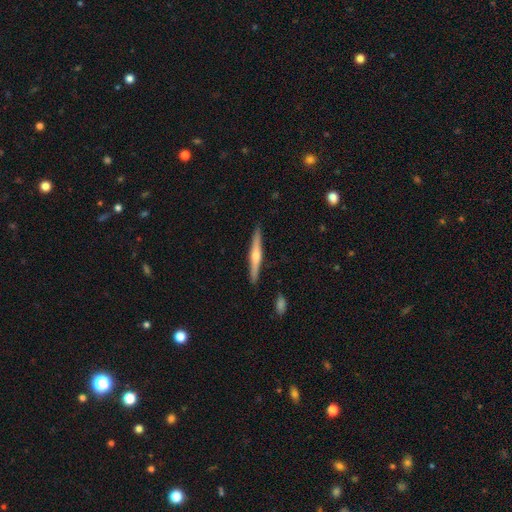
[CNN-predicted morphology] smooth_or_featured: featured or disk (p=0.63) [alt: smooth p=0.32]
disk_edge_on: yes (p=0.97) [alt: no p=0.03]
edge_on_bulge: rounded (p=0.86) [alt: none p=0.10]
merging: none (p=0.91) [alt: minor disturbance p=0.07]